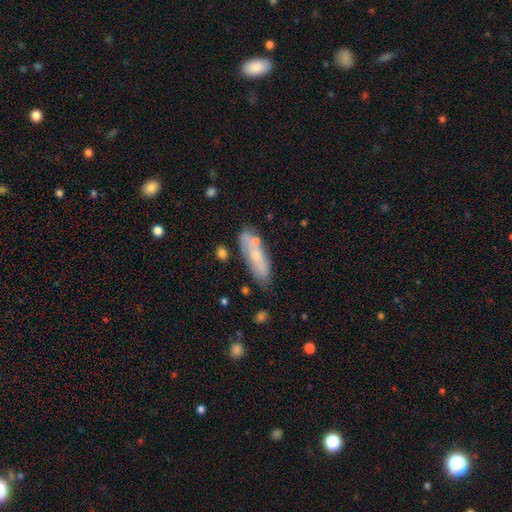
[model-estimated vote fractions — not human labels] Smooth or featured? Predicted: smooth (p=0.57). How rounded? Predicted: in between (p=0.55). Merging? Predicted: none (p=0.63).